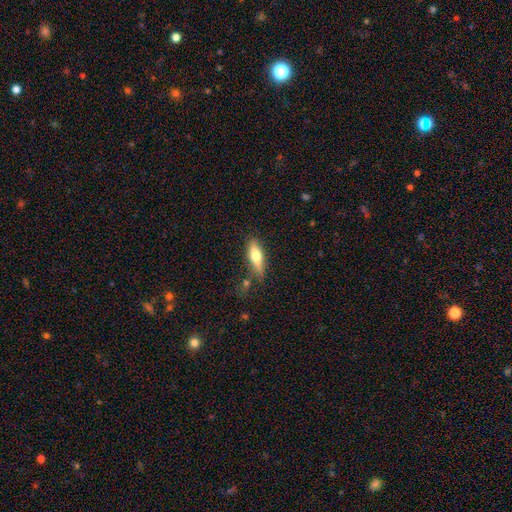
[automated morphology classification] Smooth or featured? Predicted: smooth (p=0.64). How rounded? Predicted: in between (p=0.54). Merging? Predicted: none (p=0.72).